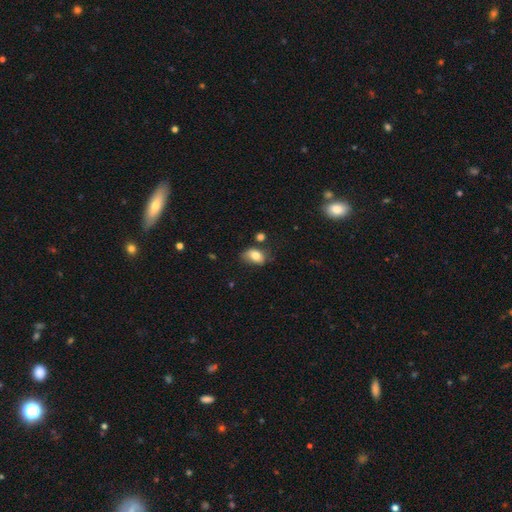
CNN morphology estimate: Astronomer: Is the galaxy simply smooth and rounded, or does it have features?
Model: smooth — 76%.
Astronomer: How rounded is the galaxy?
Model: in between — 83%.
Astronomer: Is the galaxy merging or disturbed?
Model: none — 55%.